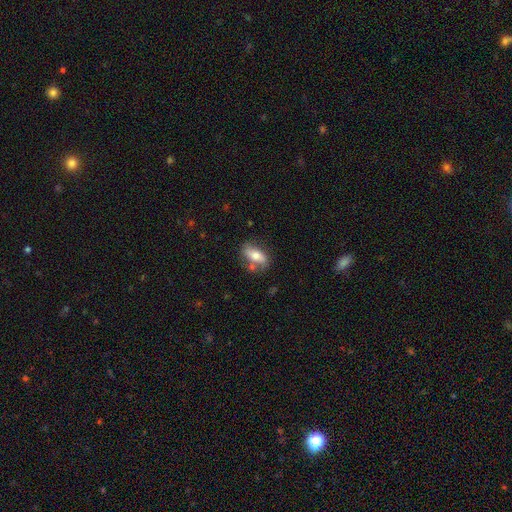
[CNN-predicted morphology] Smooth or featured?
  - smooth: 59% *
  - featured or disk: 34%
  - star or artifact: 7%
How rounded?
  - in between: 79% *
  - cigar-shaped: 15%
  - round: 6%
Merging?
  - none: 65% *
  - minor disturbance: 18%
  - merger: 11%
  - major disturbance: 6%